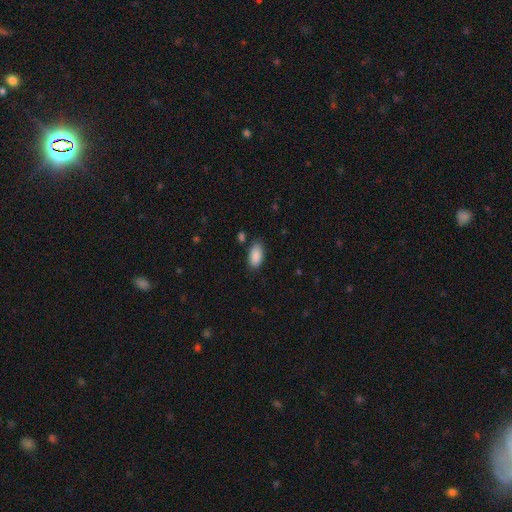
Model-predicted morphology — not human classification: A smooth galaxy with no disk features (90%) that is in between round and cigar-shaped (93%). Merging: none (82%).